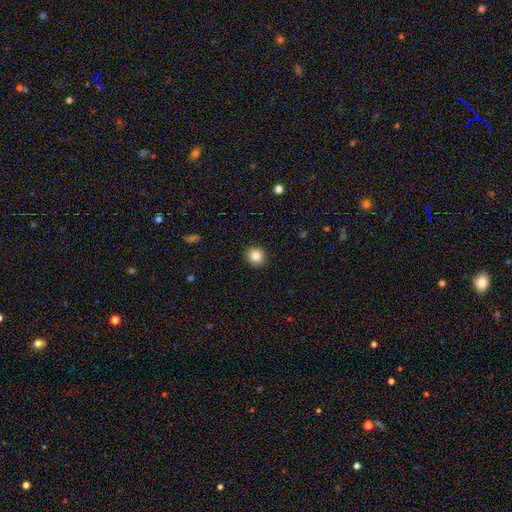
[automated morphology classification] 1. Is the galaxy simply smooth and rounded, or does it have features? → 84% smooth, 10% star or artifact, 6% featured or disk.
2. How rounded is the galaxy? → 90% round, 9% in between, 1% cigar-shaped.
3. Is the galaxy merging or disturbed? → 92% none, 5% minor disturbance, 2% major disturbance, 1% merger.